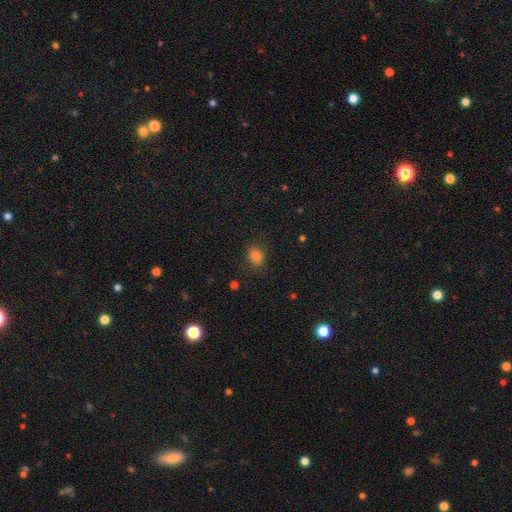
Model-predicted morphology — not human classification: This appears to be a smooth galaxy with no disk features (82%) that is in between round and cigar-shaped (51%). Merging: none (81%).